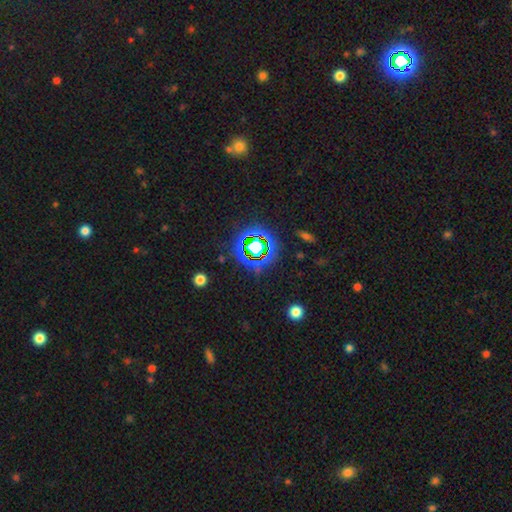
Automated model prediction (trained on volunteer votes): This is likely a star or artifact rather than a galaxy (71%).